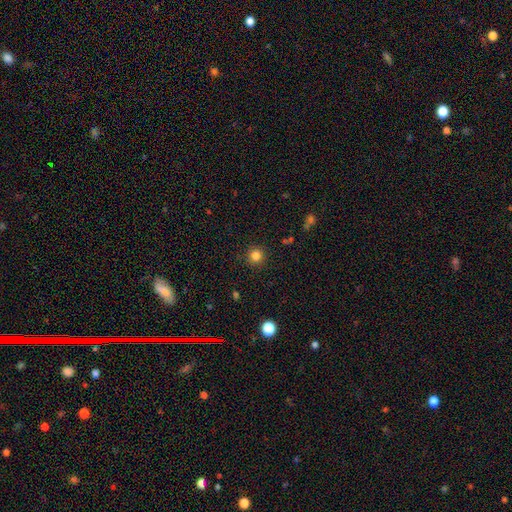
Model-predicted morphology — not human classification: This is clearly a smooth galaxy (83%). How rounded: clearly round (94%). Merging: clearly none (90%).